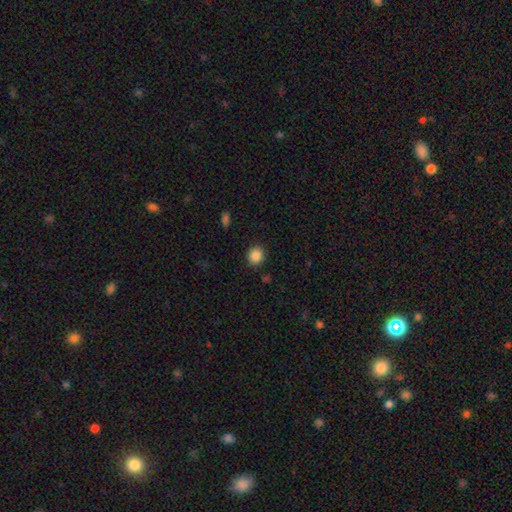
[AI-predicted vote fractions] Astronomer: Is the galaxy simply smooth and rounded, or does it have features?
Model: smooth — 86%.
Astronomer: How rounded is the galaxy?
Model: round — 85%.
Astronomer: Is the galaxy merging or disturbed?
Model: none — 89%.